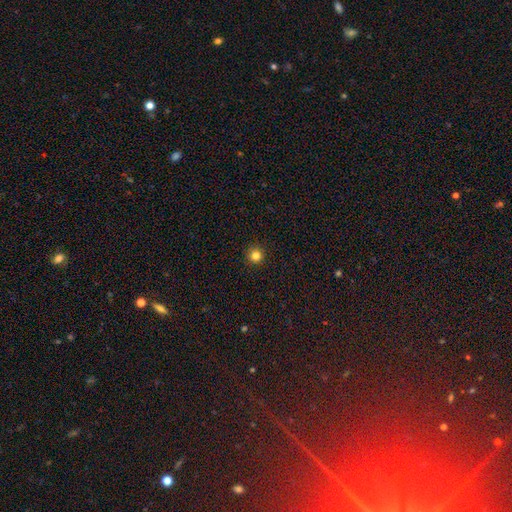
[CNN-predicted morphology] smooth_or_featured: smooth (p=0.82) [alt: star or artifact p=0.13]
how_rounded: round (p=0.96) [alt: in between p=0.03]
merging: none (p=0.93) [alt: minor disturbance p=0.04]